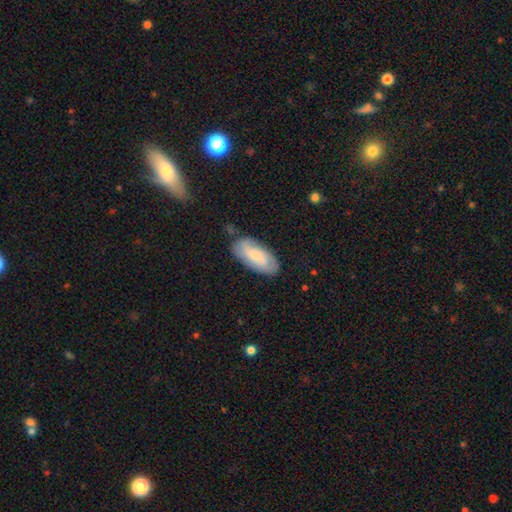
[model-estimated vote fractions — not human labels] A smooth galaxy with no disk features (55%) that is in between round and cigar-shaped (87%).

Vote fractions:
- Smooth or featured? smooth: 55% / featured or disk: 39% / star or artifact: 7%
- How rounded? in between: 87% / cigar-shaped: 10% / round: 2%
- Merging? none: 76% / minor disturbance: 18% / major disturbance: 4% / merger: 2%